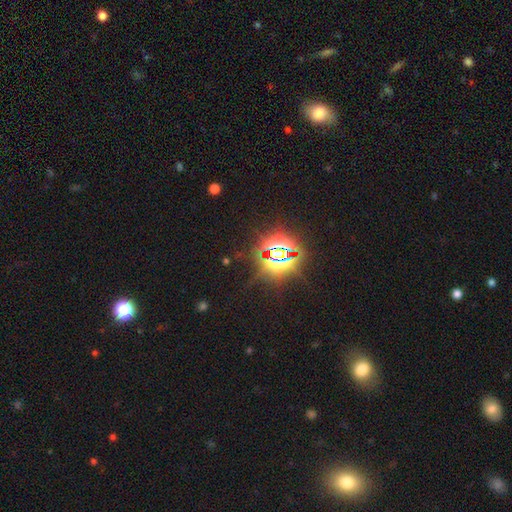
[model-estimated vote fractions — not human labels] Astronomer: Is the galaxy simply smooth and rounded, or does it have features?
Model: star or artifact — 79%.